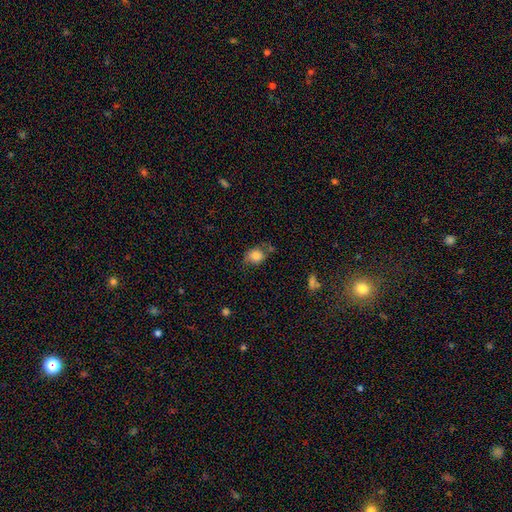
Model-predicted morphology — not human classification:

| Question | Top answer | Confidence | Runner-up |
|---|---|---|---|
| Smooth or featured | smooth | 79% | featured or disk (12%) |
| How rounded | in between | 52% | round (47%) |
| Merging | none | 52% | minor disturbance (30%) |